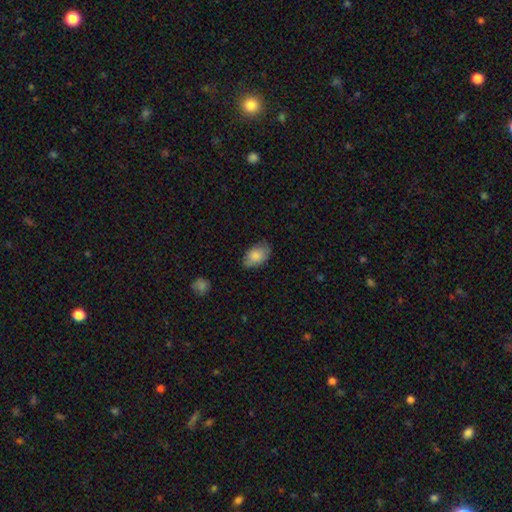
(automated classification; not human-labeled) A smooth galaxy with no disk features (84%) that is in between round and cigar-shaped (90%).

Vote fractions:
- Smooth or featured? smooth: 84% / featured or disk: 10% / star or artifact: 7%
- How rounded? in between: 90% / round: 8% / cigar-shaped: 1%
- Merging? none: 75% / minor disturbance: 20% / major disturbance: 4% / merger: 1%